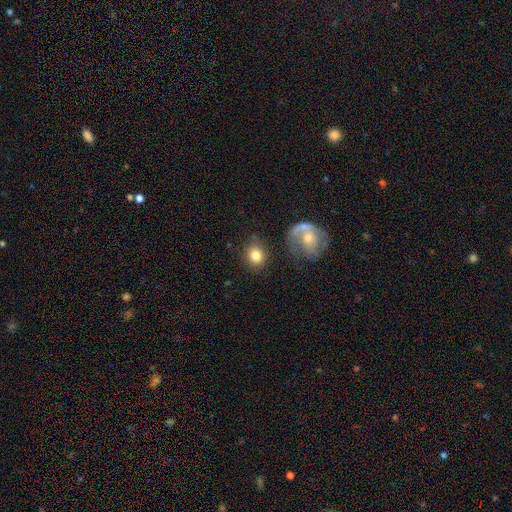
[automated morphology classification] Smooth or featured? Predicted: smooth (p=0.79). How rounded? Predicted: round (p=0.67). Merging? Predicted: none (p=0.74).